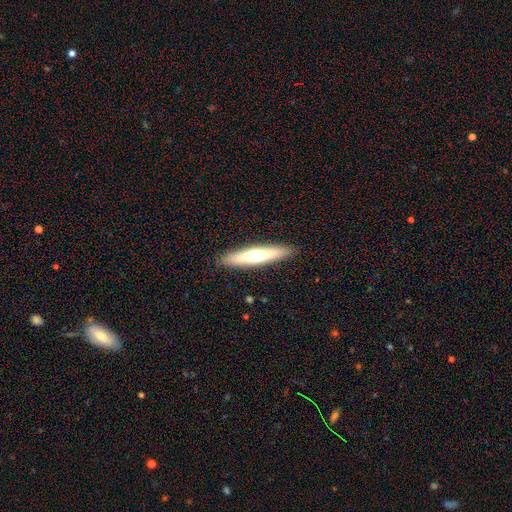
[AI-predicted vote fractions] smooth-or-featured: smooth: 53% | featured or disk: 42% | star or artifact: 6%
  how-rounded: cigar-shaped: 87% | in between: 11% | round: 1%
  merging: none: 90% | minor disturbance: 7% | major disturbance: 2% | merger: 1%